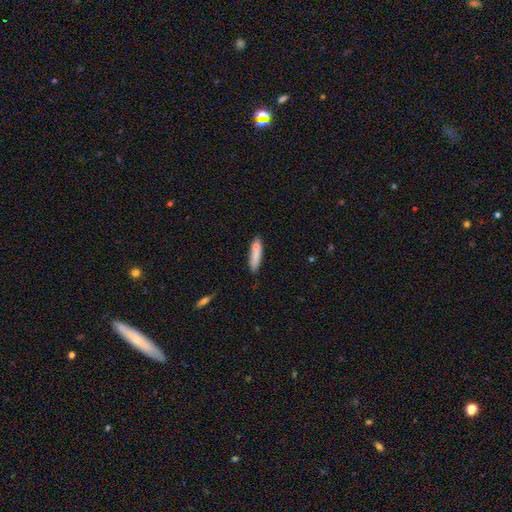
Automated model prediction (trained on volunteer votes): Overall: smooth (76%). How rounded: cigar-shaped (70%). Merging: none (65%).